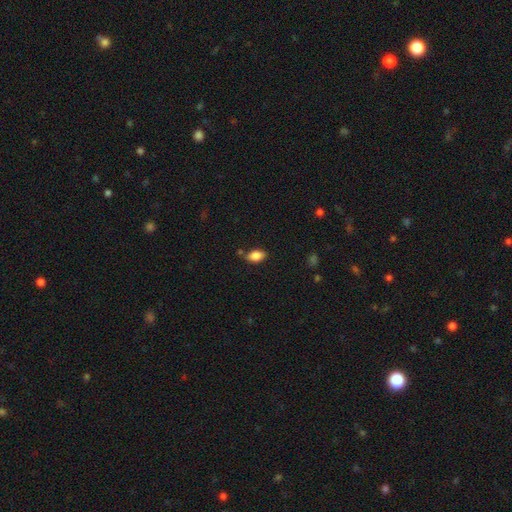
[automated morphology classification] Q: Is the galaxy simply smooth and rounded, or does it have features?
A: smooth — 85%.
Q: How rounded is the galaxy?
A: in between — 90%.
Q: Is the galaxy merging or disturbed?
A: none — 76%.